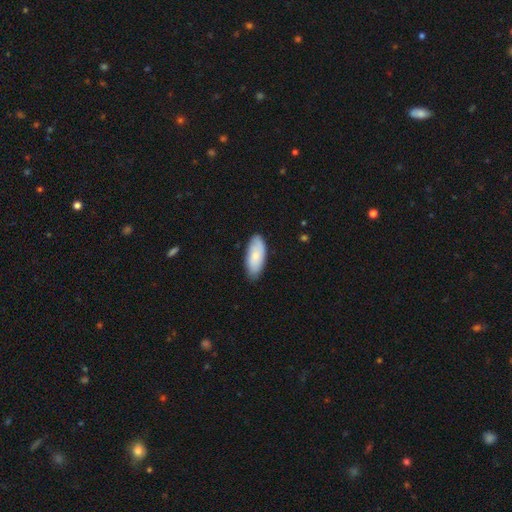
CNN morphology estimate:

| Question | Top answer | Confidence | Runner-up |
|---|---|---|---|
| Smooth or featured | smooth | 75% | featured or disk (19%) |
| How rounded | in between | 87% | cigar-shaped (12%) |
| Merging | none | 81% | minor disturbance (15%) |